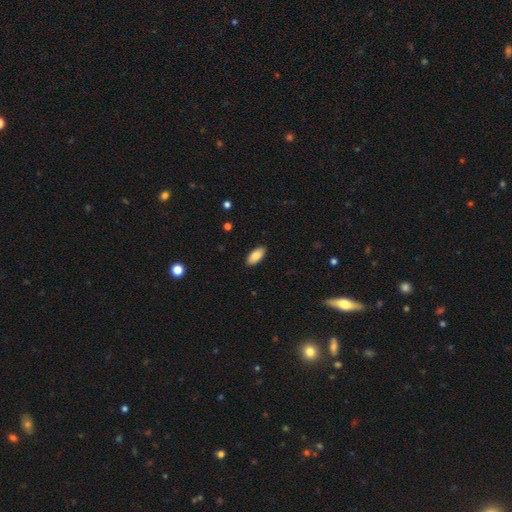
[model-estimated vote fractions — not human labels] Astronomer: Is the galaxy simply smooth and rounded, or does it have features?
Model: smooth — 86%.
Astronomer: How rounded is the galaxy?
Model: in between — 92%.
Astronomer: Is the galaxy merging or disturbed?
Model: none — 89%.